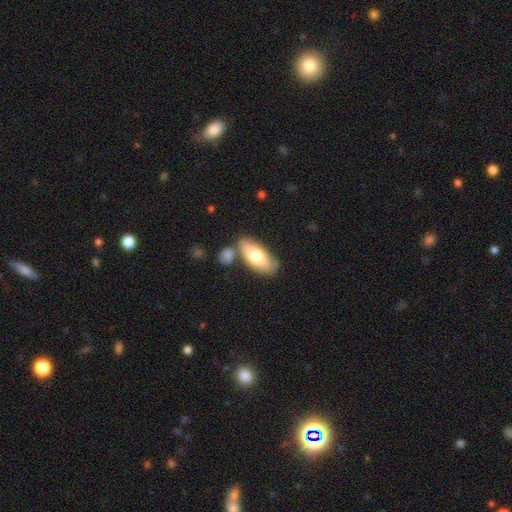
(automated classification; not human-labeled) A smooth galaxy with no disk features (70%) that is in between round and cigar-shaped (87%).

Vote fractions:
- Smooth or featured? smooth: 70% / featured or disk: 24% / star or artifact: 5%
- How rounded? in between: 87% / cigar-shaped: 11% / round: 3%
- Merging? none: 68% / minor disturbance: 15% / merger: 13% / major disturbance: 4%